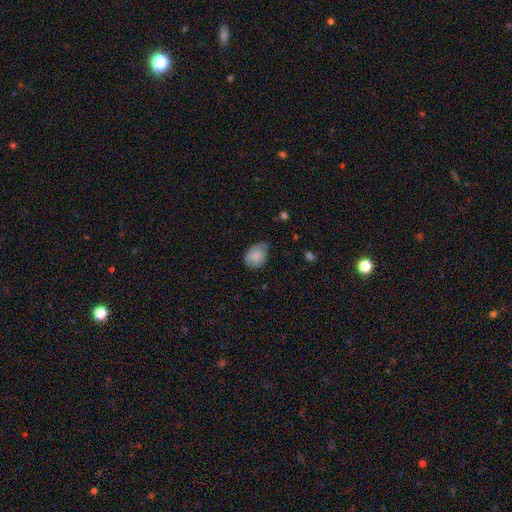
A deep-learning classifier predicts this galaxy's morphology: A smooth galaxy with no disk features (81%) that is in between round and cigar-shaped (68%). Merging: none (51%).